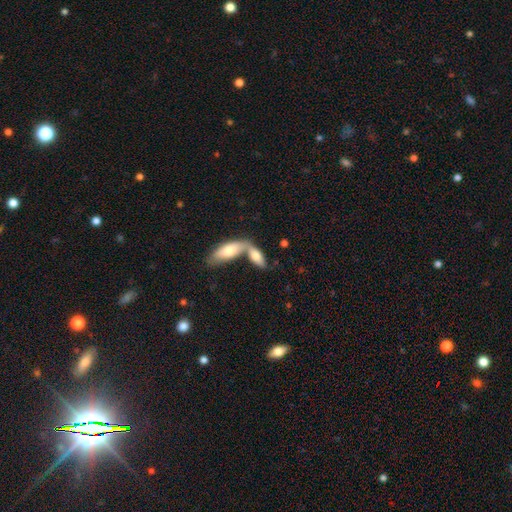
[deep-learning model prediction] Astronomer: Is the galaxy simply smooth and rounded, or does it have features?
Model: smooth — 71%.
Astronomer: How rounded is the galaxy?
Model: in between — 75%.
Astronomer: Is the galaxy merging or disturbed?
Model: merger — 67%.